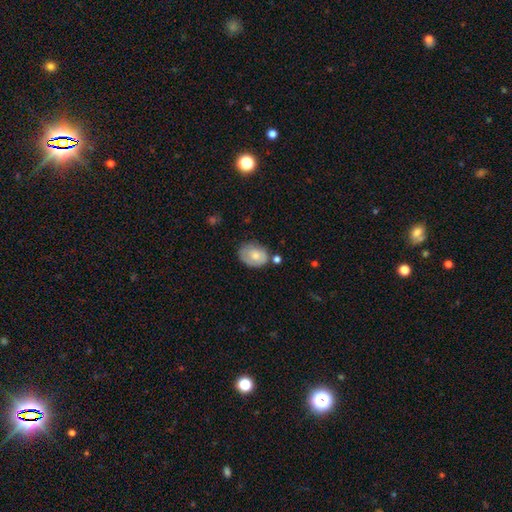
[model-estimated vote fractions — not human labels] Smooth or featured? smooth (69%)
How rounded? in between (72%)
Merging? none (58%)